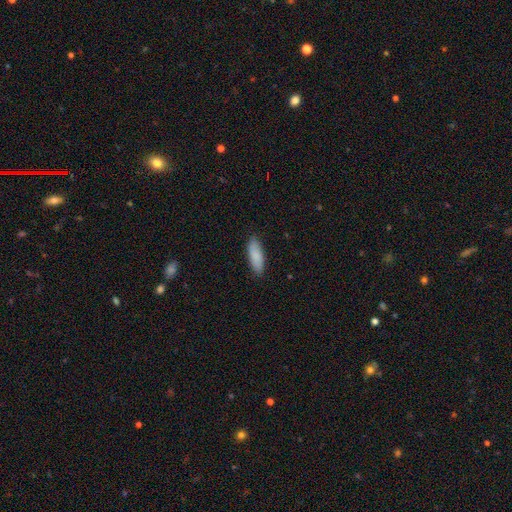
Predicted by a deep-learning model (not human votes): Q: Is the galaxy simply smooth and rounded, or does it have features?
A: smooth — 86%.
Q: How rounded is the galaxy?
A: in between — 59%.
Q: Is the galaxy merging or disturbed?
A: none — 87%.